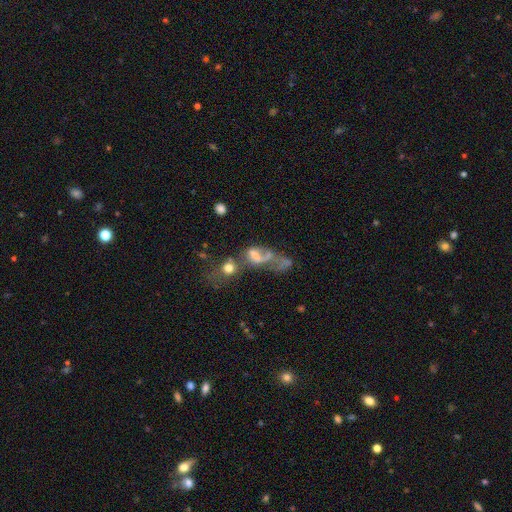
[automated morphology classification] Q: Smooth or featured?
A: smooth (45%); runner-up: featured or disk (39%)
Q: Merging?
A: merger (44%); runner-up: major disturbance (32%)